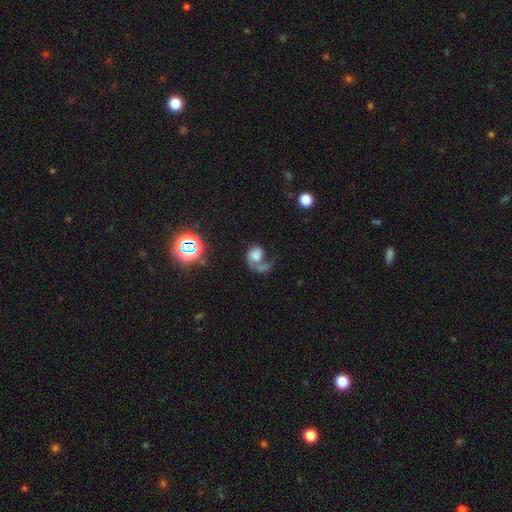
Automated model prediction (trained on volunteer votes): This appears to be a featured or disk galaxy (52%) with no bar (77%), spiral arms (79%) and a moderate central bulge (24%). Merging: major disturbance (38%).